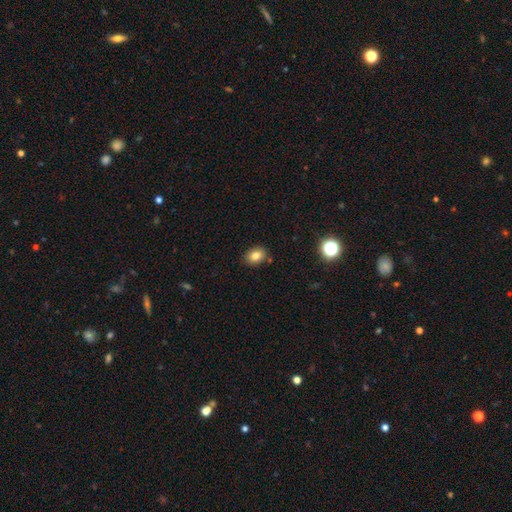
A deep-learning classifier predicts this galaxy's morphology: smooth 82%, star or artifact 10%, featured or disk 8%. Down the decision tree: how rounded — in between (70%); merging — none (84%).